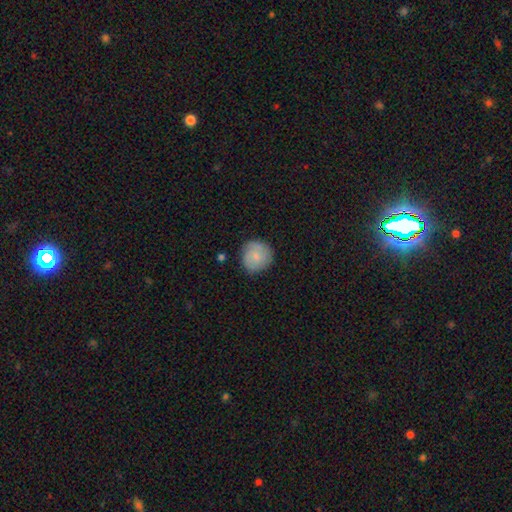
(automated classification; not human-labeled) Smooth or featured? smooth (74%)
How rounded? round (91%)
Merging? none (80%)